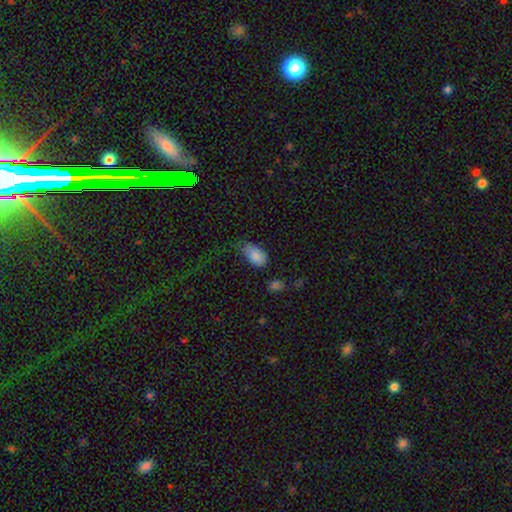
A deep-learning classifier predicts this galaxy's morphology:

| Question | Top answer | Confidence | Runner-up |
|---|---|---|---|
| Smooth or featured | smooth | 85% | star or artifact (9%) |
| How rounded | in between | 92% | round (6%) |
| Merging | none | 46% | minor disturbance (39%) |